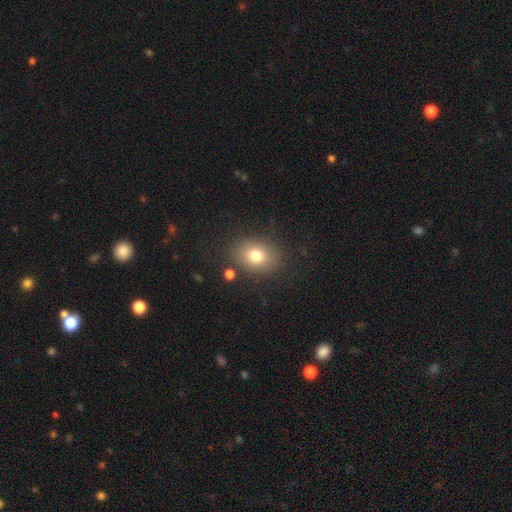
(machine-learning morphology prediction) A smooth galaxy with no disk features (78%) that is in between round and cigar-shaped (56%). Merging: none (83%).